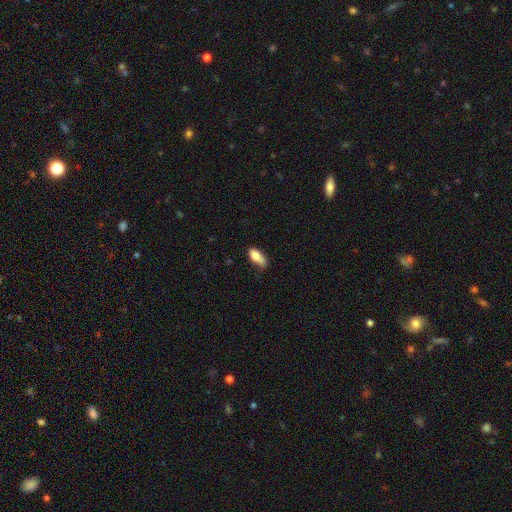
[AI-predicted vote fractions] Morphology: type=smooth (80%); roundness=in between (83%); merging=none (41%, tied with minor disturbance).